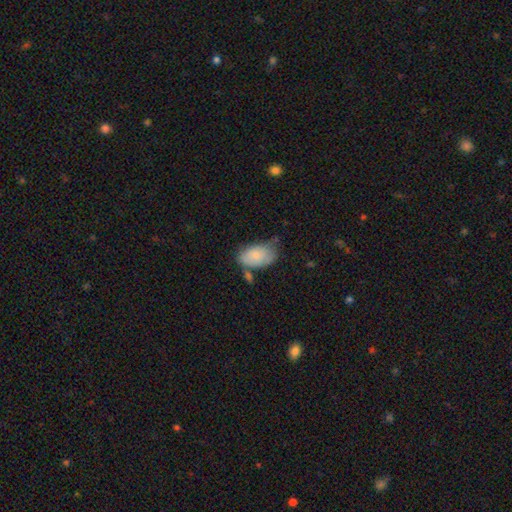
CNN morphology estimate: A smooth galaxy with no disk features (78%) that is in between round and cigar-shaped (93%).

Vote fractions:
- Smooth or featured? smooth: 78% / featured or disk: 15% / star or artifact: 6%
- How rounded? in between: 93% / round: 5% / cigar-shaped: 2%
- Merging? none: 51% / minor disturbance: 30% / merger: 11% / major disturbance: 8%